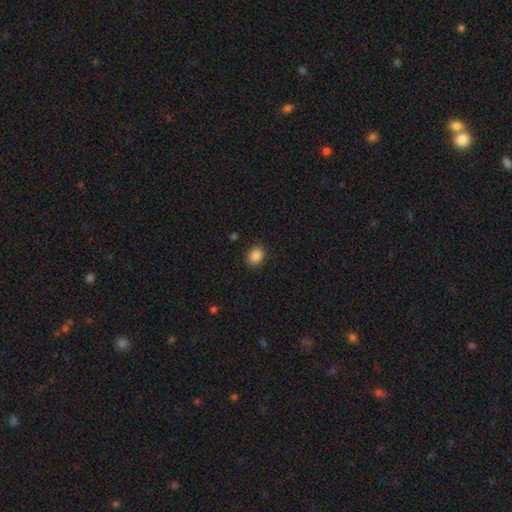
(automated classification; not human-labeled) This appears to be a smooth galaxy with no disk features (87%) that is round (58%). Merging: none (89%).